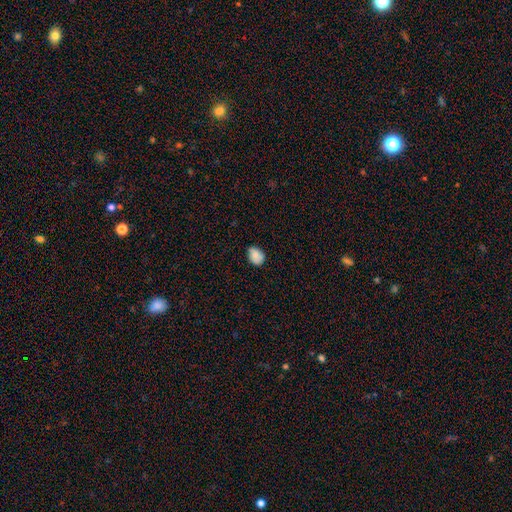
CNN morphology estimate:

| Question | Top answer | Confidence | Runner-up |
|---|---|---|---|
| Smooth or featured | smooth | 83% | featured or disk (9%) |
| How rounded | in between | 67% | round (33%) |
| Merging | none | 74% | minor disturbance (22%) |